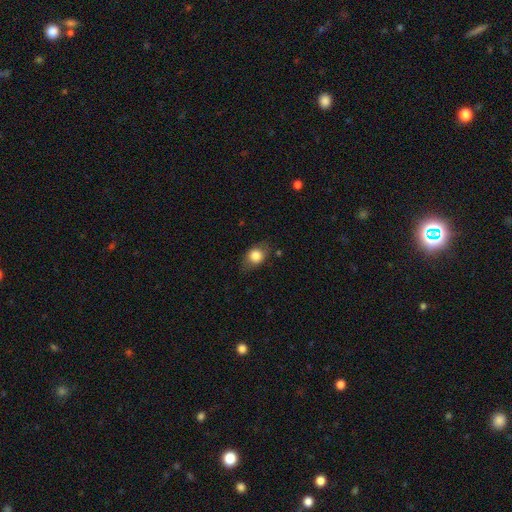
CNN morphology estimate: A smooth galaxy with no disk features (77%) that is in between round and cigar-shaped (60%). Merging: none (71%).